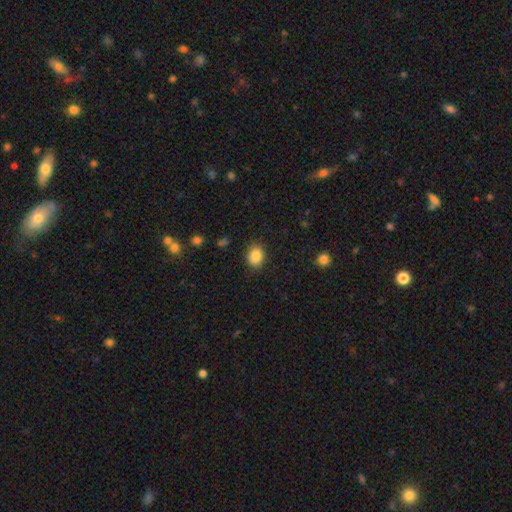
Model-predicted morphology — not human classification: The model was most divided on "how rounded": round: 51%, in between: 48%, cigar-shaped: 1%. More confident: smooth or featured — smooth (85%); merging — none (84%).